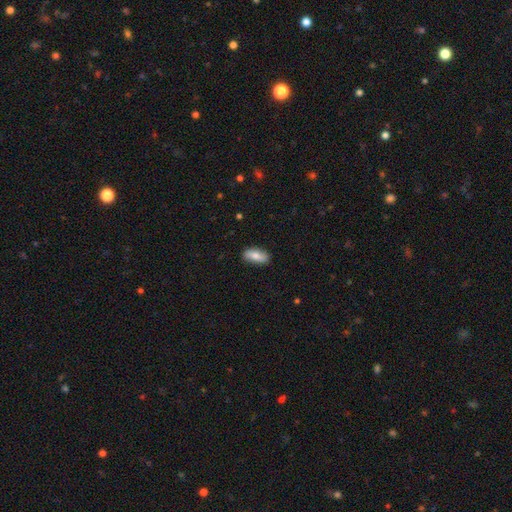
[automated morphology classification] Smooth or featured?
  - smooth: 74% *
  - featured or disk: 20%
  - star or artifact: 6%
How rounded?
  - in between: 85% *
  - cigar-shaped: 12%
  - round: 3%
Merging?
  - none: 86% *
  - minor disturbance: 11%
  - major disturbance: 2%
  - merger: 1%